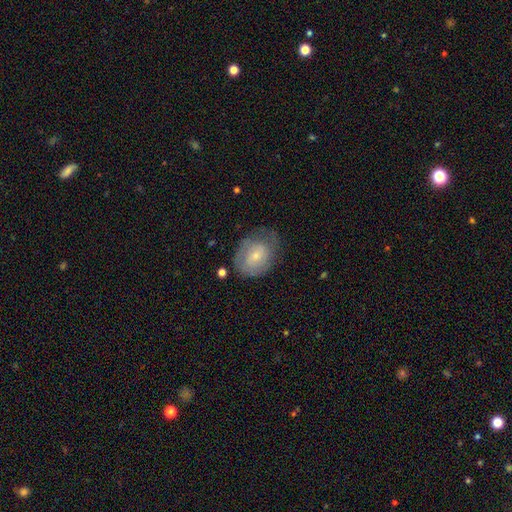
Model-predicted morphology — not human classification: This is possibly a smooth galaxy (52%). How rounded: possibly in between (56%). Merging: possibly none (53%).